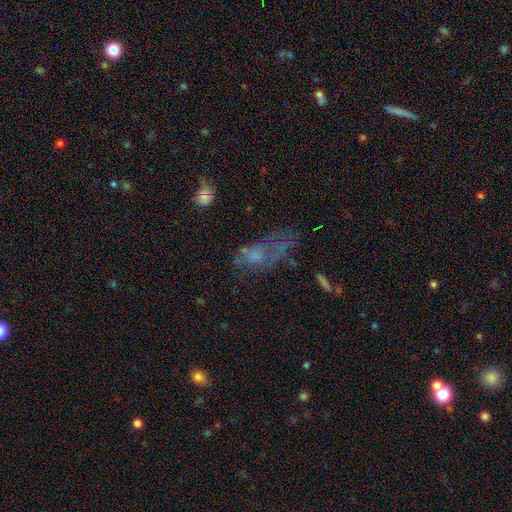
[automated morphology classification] Smooth or featured? Predicted: smooth (p=0.44). Merging? Predicted: major disturbance (p=0.38).